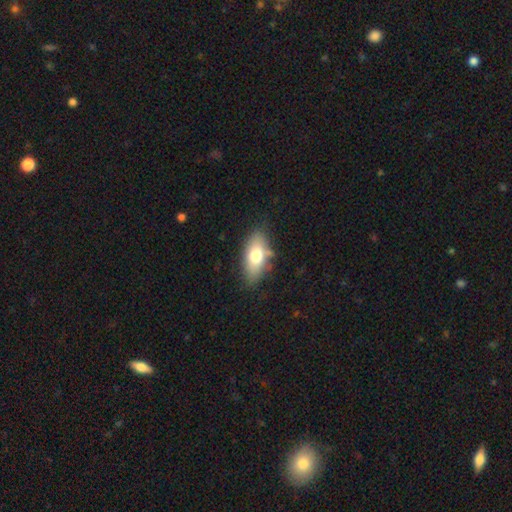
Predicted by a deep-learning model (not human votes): smooth_or_featured: smooth (p=0.70) [alt: featured or disk p=0.22]
how_rounded: in between (p=0.87) [alt: cigar-shaped p=0.08]
merging: none (p=0.76) [alt: minor disturbance p=0.17]